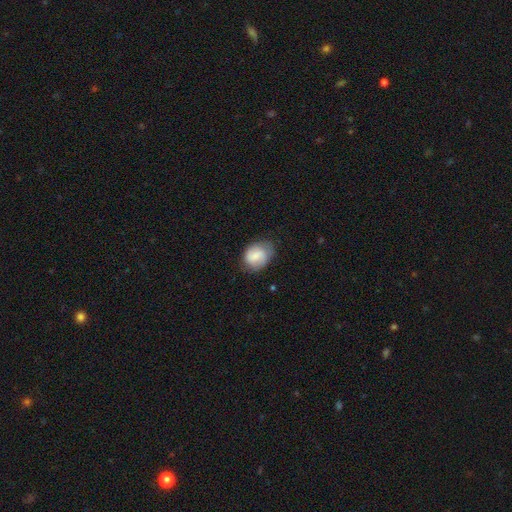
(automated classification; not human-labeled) A smooth galaxy with no disk features (75%) that is in between round and cigar-shaped (62%).

Vote fractions:
- Smooth or featured? smooth: 75% / featured or disk: 18% / star or artifact: 7%
- How rounded? in between: 62% / round: 37% / cigar-shaped: 1%
- Merging? none: 61% / minor disturbance: 29% / major disturbance: 8% / merger: 1%